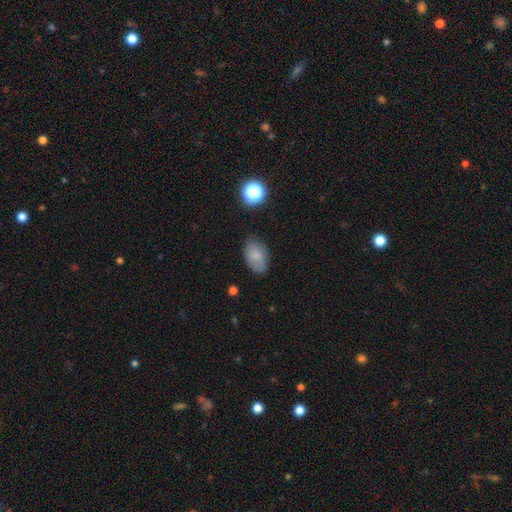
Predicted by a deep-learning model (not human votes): smooth 77%, featured or disk 14%, star or artifact 10%. Down the decision tree: how rounded — in between (88%); merging — none (75%).